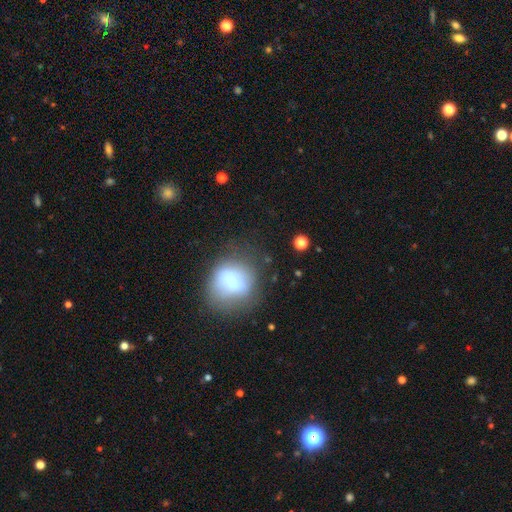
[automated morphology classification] This appears to be a smooth galaxy with no disk features (63%) that is round (61%). Merging: none (65%).